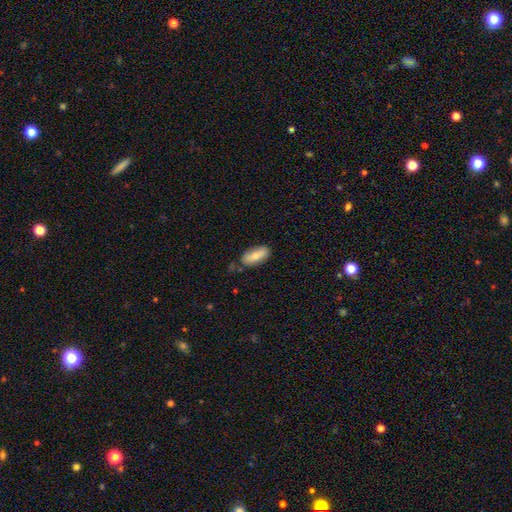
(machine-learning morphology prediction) This appears to be a smooth galaxy with no disk features (71%) that is in between round and cigar-shaped (85%). Merging: none (76%).